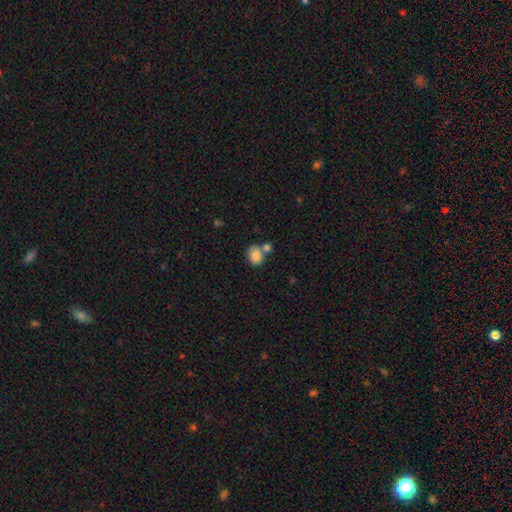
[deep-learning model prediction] Morphology: type=smooth (82%); roundness=round (52%); merging=none (47%).